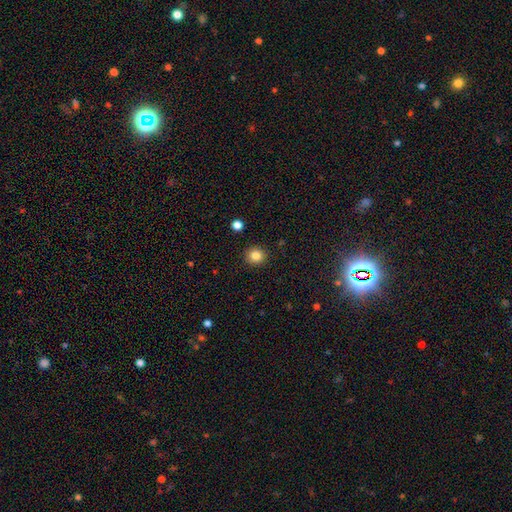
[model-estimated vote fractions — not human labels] Morphology: type=smooth (83%); roundness=round (90%); merging=none (91%).